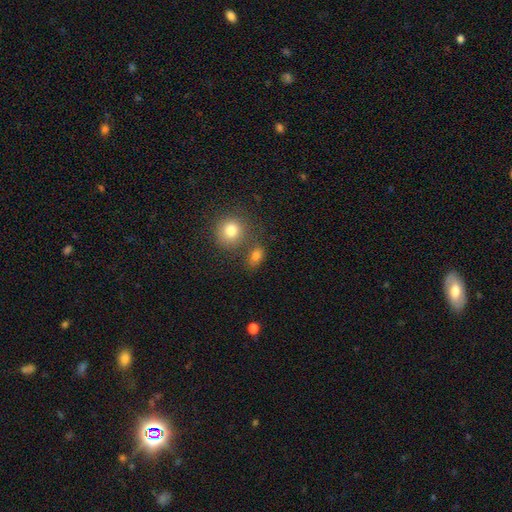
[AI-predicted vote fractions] Smooth or featured: smooth — 79% (star or artifact — 14%)
How rounded: in between — 67% (round — 31%)
Merging: none — 65% (merger — 16%)